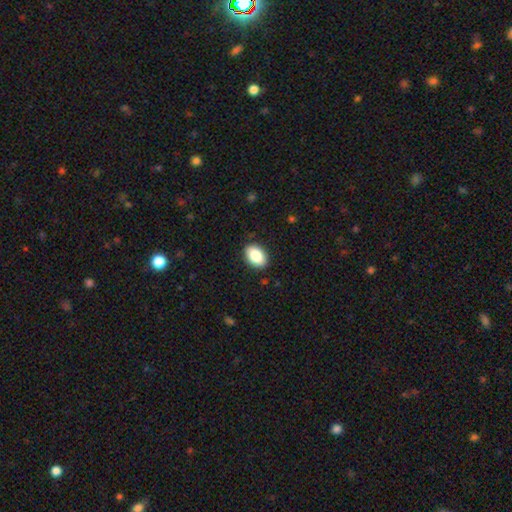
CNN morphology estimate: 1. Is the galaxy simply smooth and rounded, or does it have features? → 87% smooth, 7% star or artifact, 6% featured or disk.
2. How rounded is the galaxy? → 85% in between, 14% round, 1% cigar-shaped.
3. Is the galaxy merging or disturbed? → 89% none, 8% minor disturbance, 2% major disturbance, 1% merger.